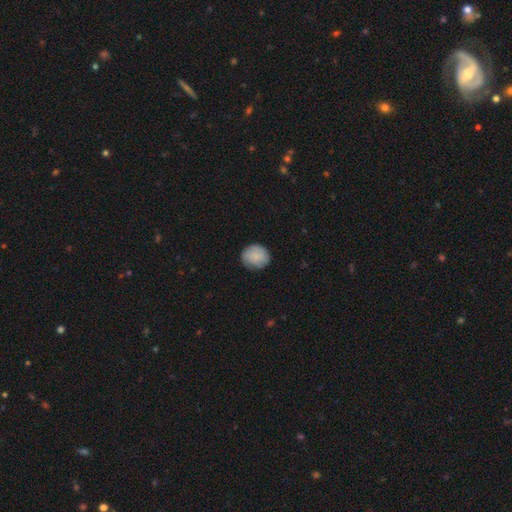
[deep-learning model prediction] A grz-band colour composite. It shows a smooth galaxy with no disk features (77%) that is round (81%). Merging: none (81%).